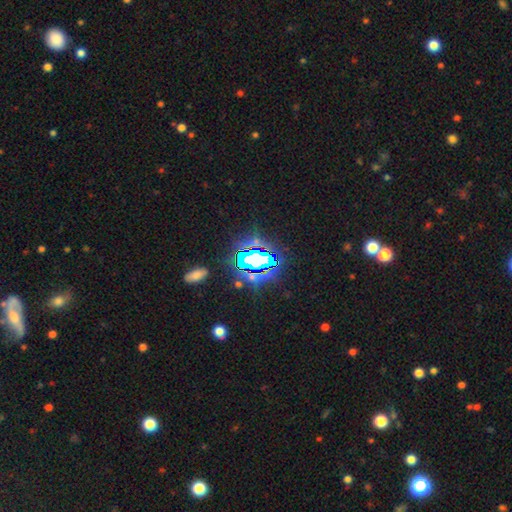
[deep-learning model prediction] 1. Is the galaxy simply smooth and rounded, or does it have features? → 72% star or artifact, 16% smooth, 12% featured or disk.